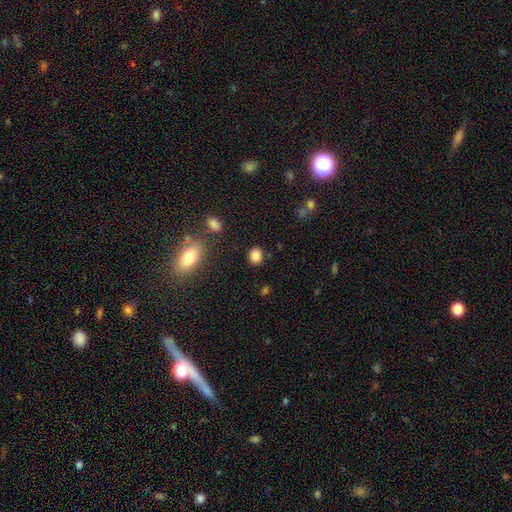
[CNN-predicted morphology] A smooth galaxy with no disk features (85%) that is round (75%). Merging: none (88%).